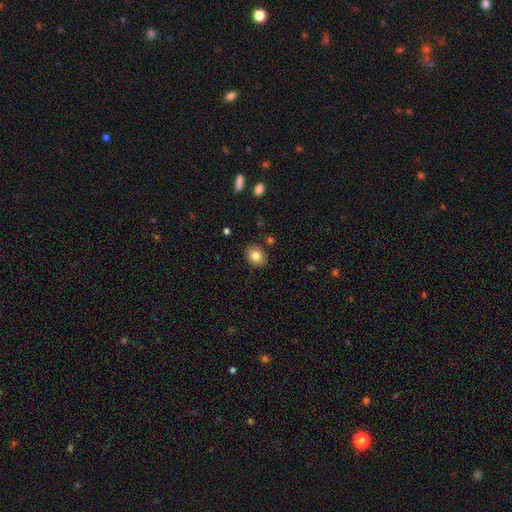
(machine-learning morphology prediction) A smooth galaxy with no disk features (82%) that is round (53%).

Vote fractions:
- Smooth or featured? smooth: 82% / star or artifact: 10% / featured or disk: 9%
- How rounded? round: 53% / in between: 46% / cigar-shaped: 1%
- Merging? none: 86% / minor disturbance: 10% / major disturbance: 2% / merger: 2%